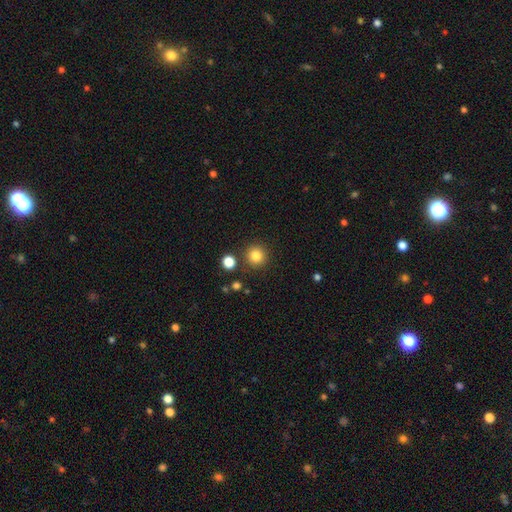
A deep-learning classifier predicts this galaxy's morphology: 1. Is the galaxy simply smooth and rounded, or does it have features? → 83% smooth, 11% star or artifact, 5% featured or disk.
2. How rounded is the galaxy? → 94% round, 5% in between, 1% cigar-shaped.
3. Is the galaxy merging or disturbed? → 86% none, 7% minor disturbance, 4% merger, 3% major disturbance.